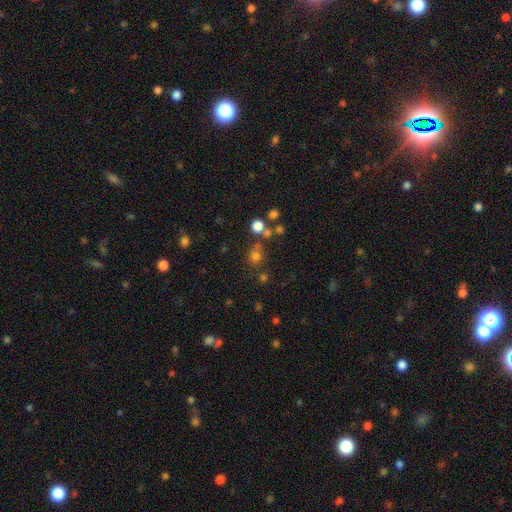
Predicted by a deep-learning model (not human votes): smooth_or_featured: smooth (p=0.60) [alt: star or artifact p=0.32]
how_rounded: round (p=0.85) [alt: in between p=0.13]
merging: none (p=0.72) [alt: merger p=0.15]